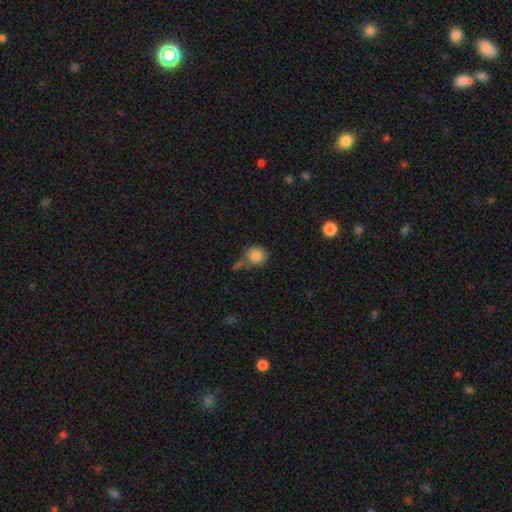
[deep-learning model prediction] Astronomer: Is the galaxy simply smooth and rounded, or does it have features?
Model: smooth — 85%.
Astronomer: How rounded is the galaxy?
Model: round — 86%.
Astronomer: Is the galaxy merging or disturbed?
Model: none — 63%.